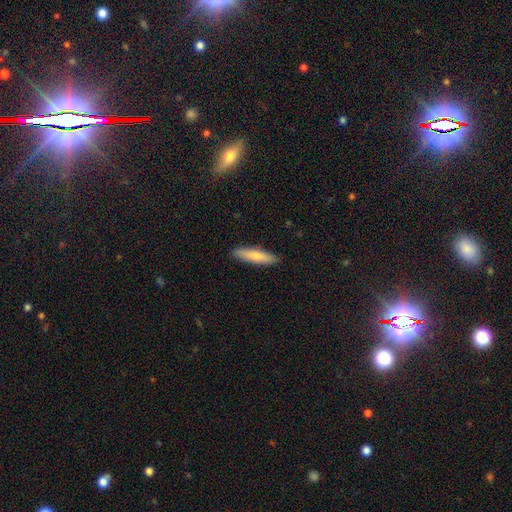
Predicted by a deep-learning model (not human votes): Smooth or featured: smooth — 78% (featured or disk — 16%)
How rounded: cigar-shaped — 71% (in between — 28%)
Merging: none — 90% (minor disturbance — 8%)